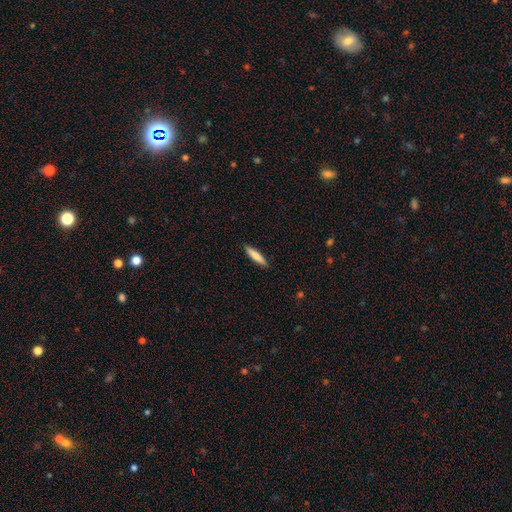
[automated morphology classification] The model was most divided on "smooth or featured": smooth: 77%, featured or disk: 18%, star or artifact: 5%. More confident: merging — none (91%); how rounded — cigar-shaped (85%).